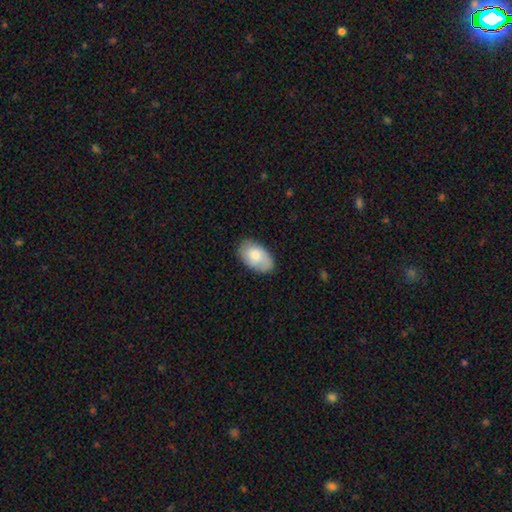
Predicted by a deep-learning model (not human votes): Smooth or featured: smooth — 73% (featured or disk — 21%)
How rounded: in between — 92% (round — 7%)
Merging: none — 76% (minor disturbance — 19%)